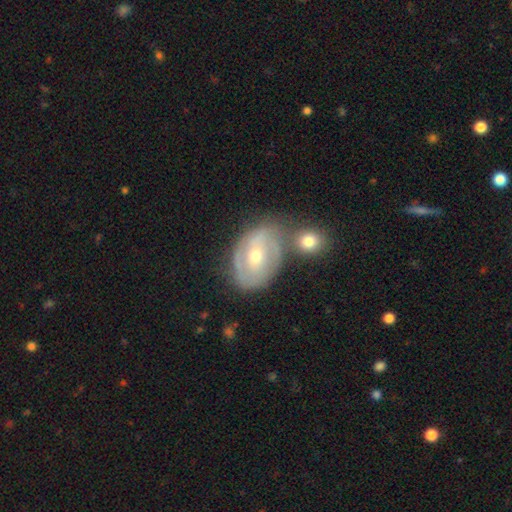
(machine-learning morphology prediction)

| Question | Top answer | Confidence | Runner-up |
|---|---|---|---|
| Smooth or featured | featured or disk | 70% | smooth (23%) |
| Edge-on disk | no | 95% | yes (5%) |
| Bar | weak | 42% | no (40%) |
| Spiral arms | yes | 74% | no (26%) |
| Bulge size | moderate | 63% | small (33%) |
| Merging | none | 51% | merger (22%) |